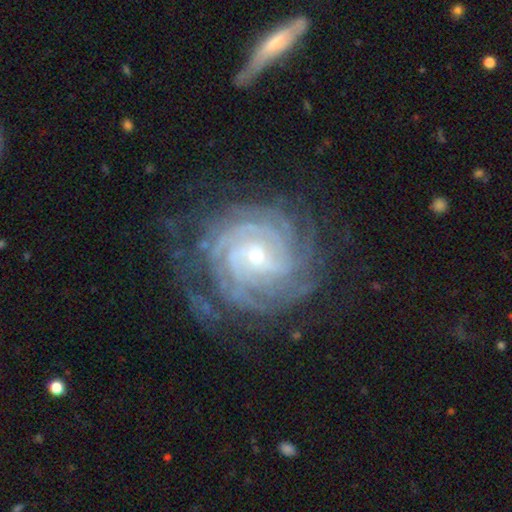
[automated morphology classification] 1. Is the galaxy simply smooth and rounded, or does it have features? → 90% featured or disk, 6% star or artifact, 4% smooth.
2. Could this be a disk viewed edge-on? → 97% no, 3% yes.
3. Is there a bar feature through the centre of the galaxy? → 52% no, 35% weak, 13% strong.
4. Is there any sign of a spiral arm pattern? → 98% yes, 2% no.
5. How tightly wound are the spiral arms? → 81% tight, 16% medium, 3% loose.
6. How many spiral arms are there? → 25% can't tell, 22% 4, 22% more than 4, 13% 3, 10% 2, 7% 1.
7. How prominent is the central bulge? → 62% small, 35% moderate, 1% large, 1% none, 1% dominant.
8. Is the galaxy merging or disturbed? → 73% none, 17% minor disturbance, 9% major disturbance, 1% merger.